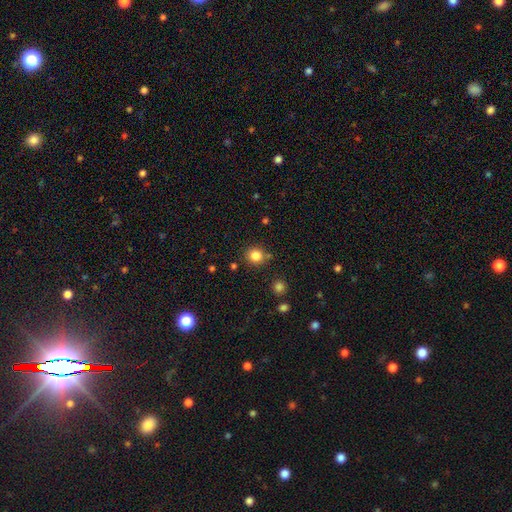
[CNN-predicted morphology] smooth-or-featured: smooth: 83% | star or artifact: 12% | featured or disk: 5%
  how-rounded: round: 89% | in between: 10% | cigar-shaped: 1%
  merging: none: 81% | minor disturbance: 9% | merger: 7% | major disturbance: 3%